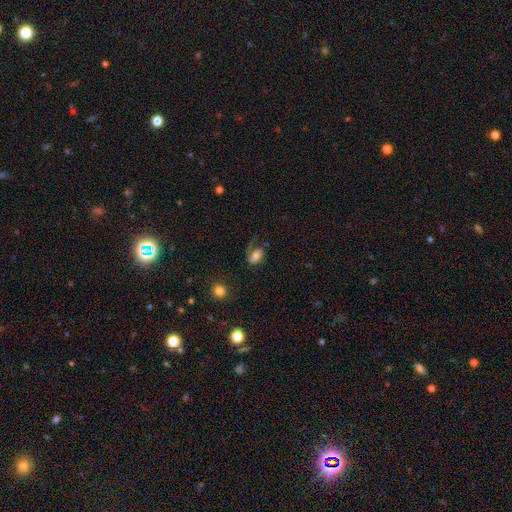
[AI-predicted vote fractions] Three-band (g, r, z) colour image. It shows a smooth galaxy with no disk features (49%). Merging: none (45%).